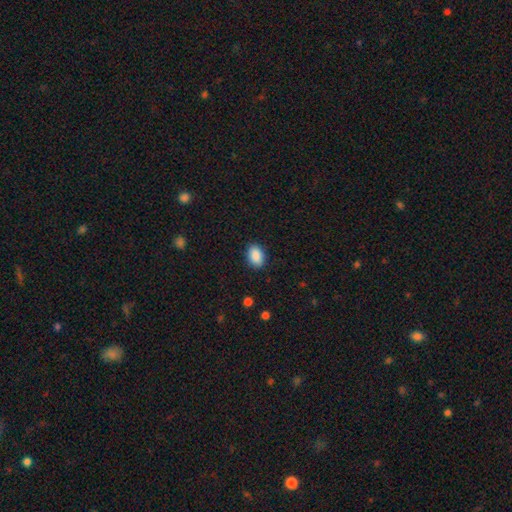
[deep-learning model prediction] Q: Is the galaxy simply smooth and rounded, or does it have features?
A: smooth — 89%.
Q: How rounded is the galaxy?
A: in between — 85%.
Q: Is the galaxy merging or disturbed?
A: none — 88%.